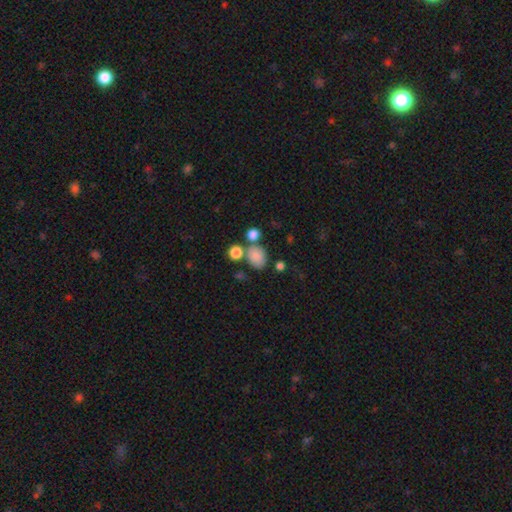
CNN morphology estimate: The model was most divided on "how rounded": in between: 61%, round: 37%, cigar-shaped: 1%. More confident: smooth or featured — smooth (81%); merging — none (61%).